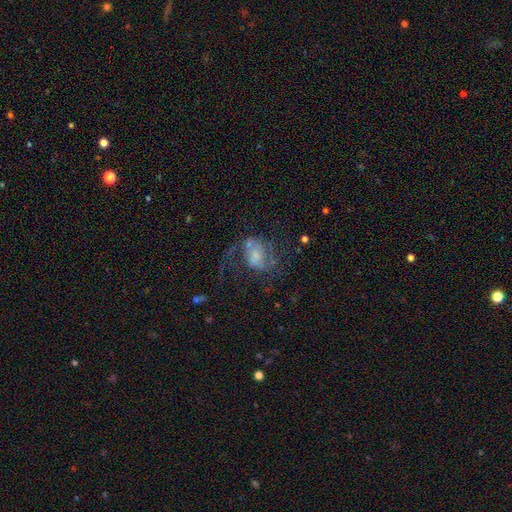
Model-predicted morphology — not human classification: Smooth or featured: featured or disk — 61% (smooth — 28%)
Edge-on disk: no — 97% (yes — 3%)
Bar: no — 63% (weak — 30%)
Spiral arms: yes — 72% (no — 28%)
Bulge size: small — 39% (moderate — 30%)
Merging: major disturbance — 41% (none — 35%)